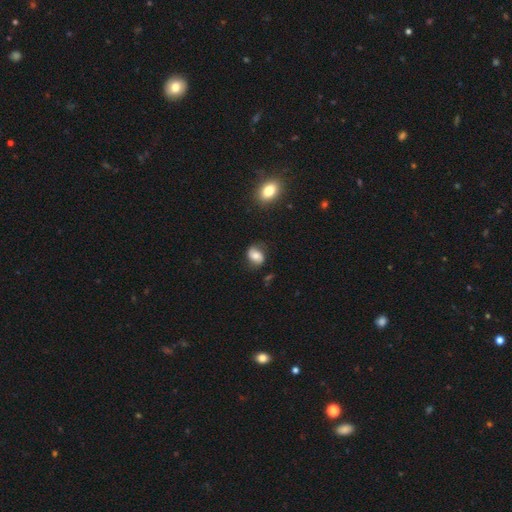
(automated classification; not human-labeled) The model was most divided on "smooth or featured": smooth: 57%, featured or disk: 34%, star or artifact: 9%. More confident: merging — none (71%); how rounded — in between (65%).